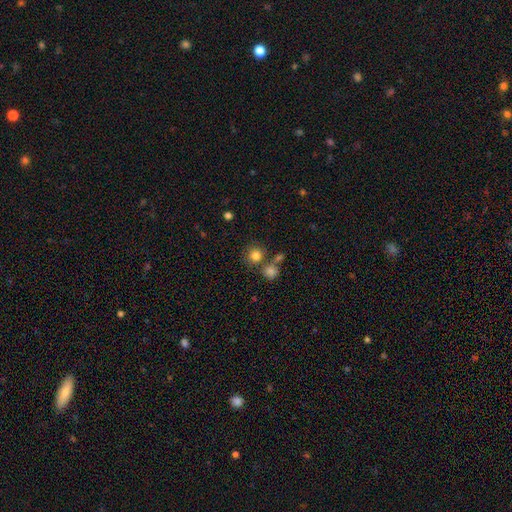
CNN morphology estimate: smooth-or-featured: smooth: 81% | star or artifact: 12% | featured or disk: 7%
  how-rounded: round: 89% | in between: 10% | cigar-shaped: 1%
  merging: none: 69% | merger: 19% | minor disturbance: 9% | major disturbance: 4%